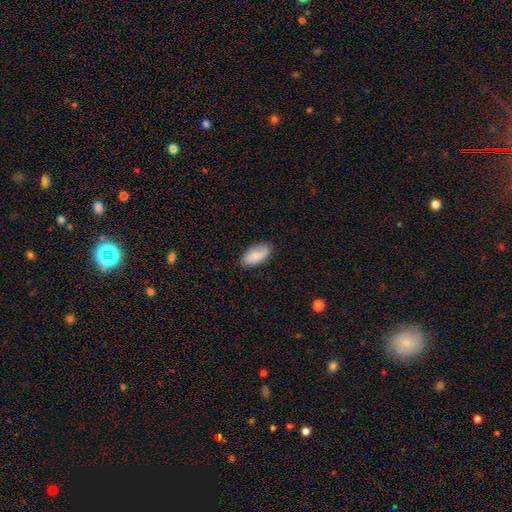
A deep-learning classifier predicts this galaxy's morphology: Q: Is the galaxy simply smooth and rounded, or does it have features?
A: smooth — 82%.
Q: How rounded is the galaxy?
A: in between — 93%.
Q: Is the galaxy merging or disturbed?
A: none — 80%.